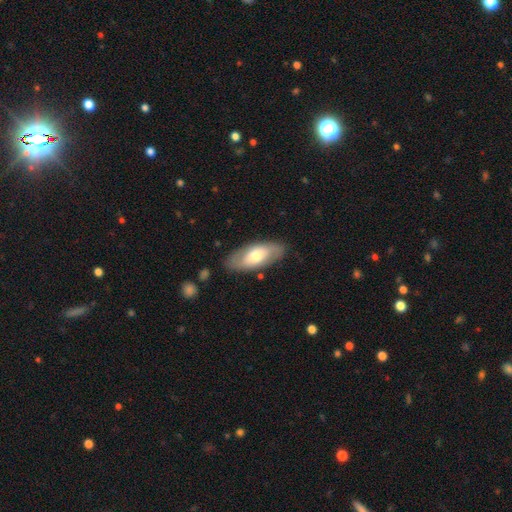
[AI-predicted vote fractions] A smooth galaxy with no disk features (55%) that is in between round and cigar-shaped (85%). Merging: none (83%).